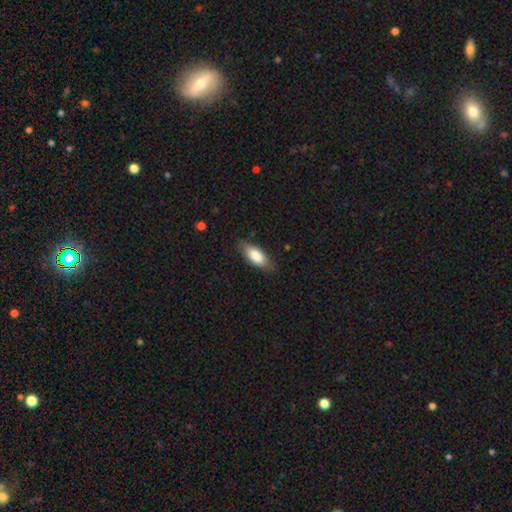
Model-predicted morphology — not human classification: A smooth galaxy with no disk features (80%) that is in between round and cigar-shaped (80%).

Vote fractions:
- Smooth or featured? smooth: 80% / featured or disk: 14% / star or artifact: 6%
- How rounded? in between: 80% / cigar-shaped: 18% / round: 2%
- Merging? none: 81% / minor disturbance: 14% / major disturbance: 3% / merger: 1%